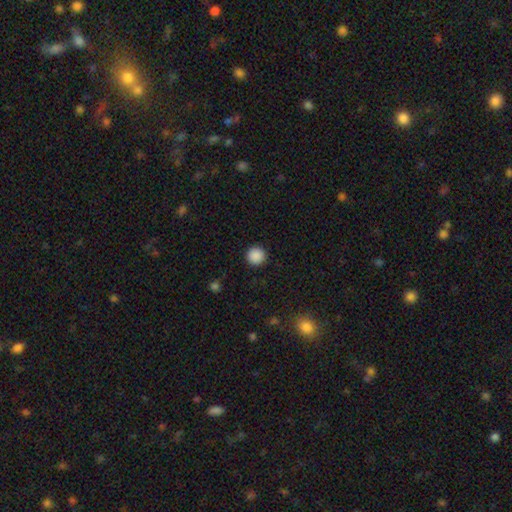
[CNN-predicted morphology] A smooth galaxy with no disk features (88%) that is round (96%). Merging: none (92%).